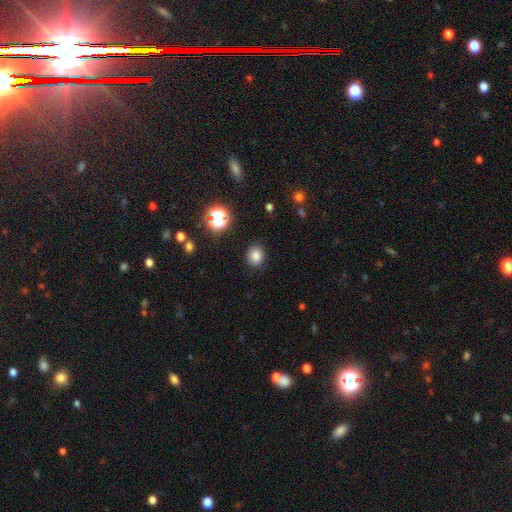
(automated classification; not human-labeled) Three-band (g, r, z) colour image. It shows a smooth galaxy with no disk features (82%) that is round (71%). Merging: none (87%).